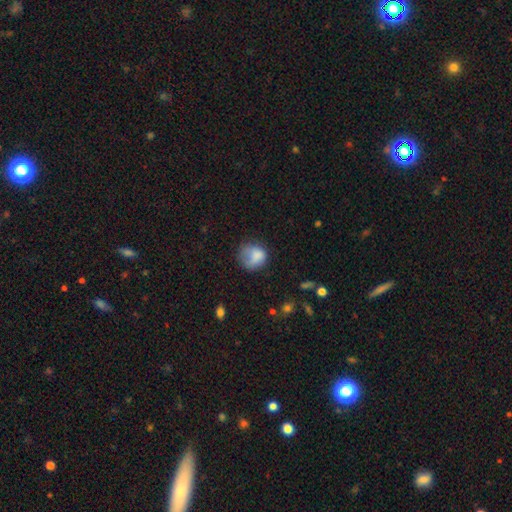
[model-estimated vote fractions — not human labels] Overall: smooth (78%). How rounded: round (74%). Merging: none (46%; minor disturbance 30%).